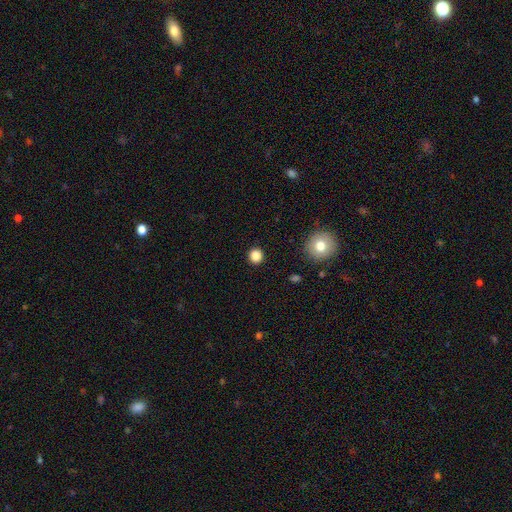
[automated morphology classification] A smooth galaxy with no disk features (85%) that is round (92%).

Vote fractions:
- Smooth or featured? smooth: 85% / star or artifact: 12% / featured or disk: 3%
- How rounded? round: 92% / in between: 7% / cigar-shaped: 1%
- Merging? none: 92% / minor disturbance: 5% / major disturbance: 2% / merger: 1%